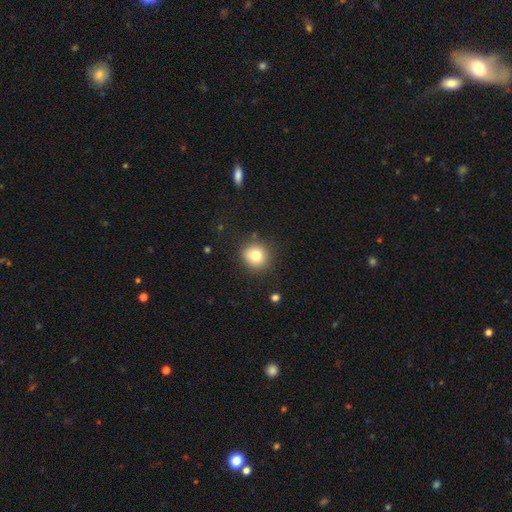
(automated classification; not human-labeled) smooth 78%, star or artifact 12%, featured or disk 10%. Down the decision tree: how rounded — round (89%); merging — none (86%).